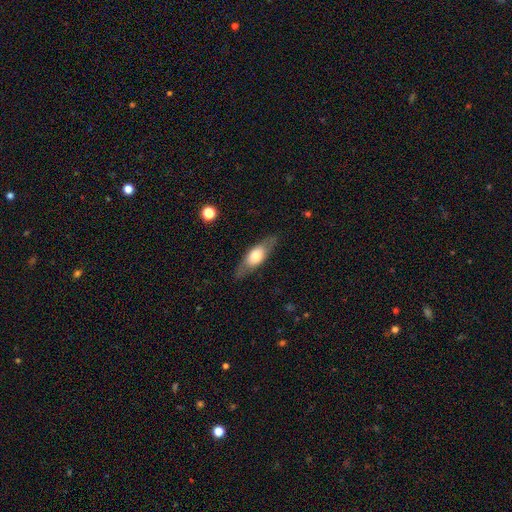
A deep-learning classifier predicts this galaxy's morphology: The model was most divided on "smooth or featured": smooth: 54%, featured or disk: 40%, star or artifact: 6%. More confident: merging — none (83%); how rounded — in between (62%).